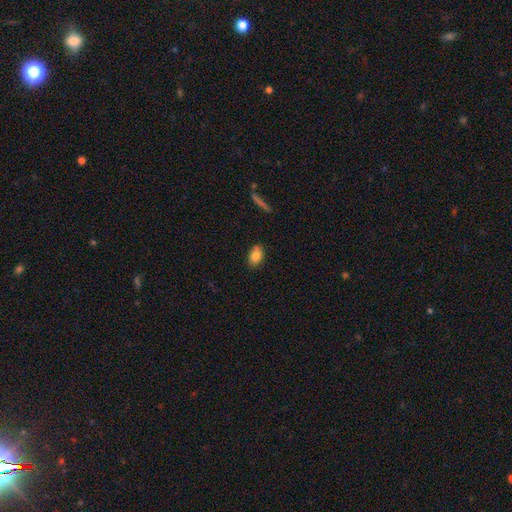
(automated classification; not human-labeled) smooth 83%, featured or disk 9%, star or artifact 8%. Down the decision tree: how rounded — in between (87%); merging — none (83%).